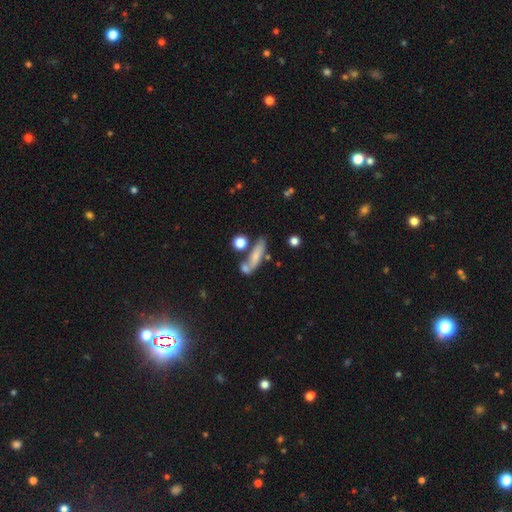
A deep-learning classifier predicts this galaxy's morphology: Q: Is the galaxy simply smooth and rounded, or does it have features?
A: smooth — 68%.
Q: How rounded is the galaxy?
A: cigar-shaped — 60%.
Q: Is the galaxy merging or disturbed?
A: none — 51%.